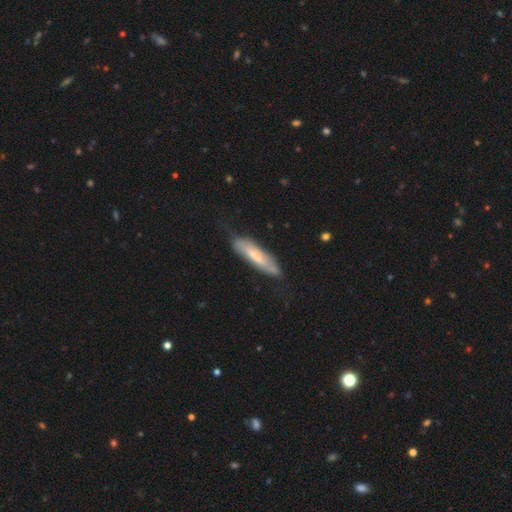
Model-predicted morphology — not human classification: Smooth or featured: smooth — 59% (featured or disk — 35%)
How rounded: cigar-shaped — 73% (in between — 25%)
Merging: none — 67% (minor disturbance — 24%)